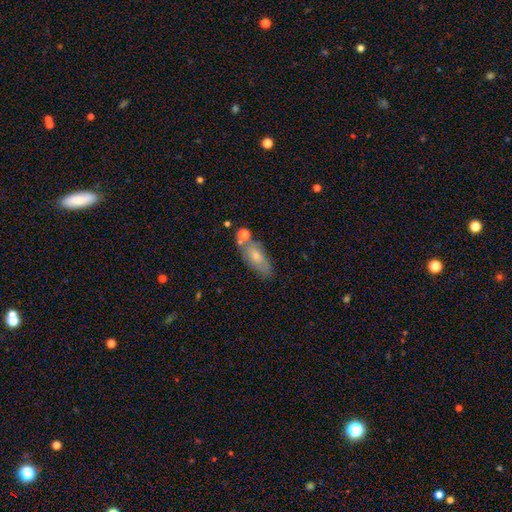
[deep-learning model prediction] Q: Smooth or featured?
A: smooth (52%); runner-up: featured or disk (37%)
Q: How rounded?
A: in between (77%); runner-up: cigar-shaped (18%)
Q: Merging?
A: none (69%); runner-up: minor disturbance (16%)